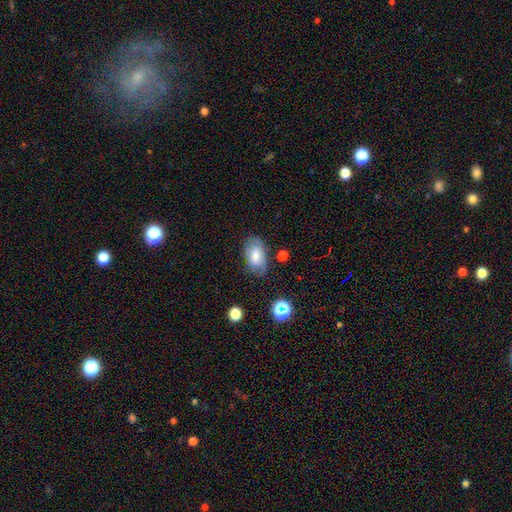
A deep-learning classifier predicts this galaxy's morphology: Smooth or featured: smooth — 68% (featured or disk — 23%)
How rounded: in between — 92% (round — 6%)
Merging: none — 71% (minor disturbance — 21%)